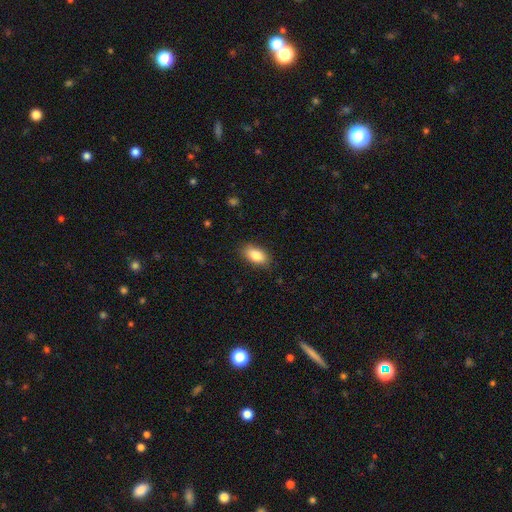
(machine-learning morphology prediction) Smooth or featured: smooth — 85% (featured or disk — 8%)
How rounded: in between — 91% (cigar-shaped — 5%)
Merging: none — 85% (minor disturbance — 11%)